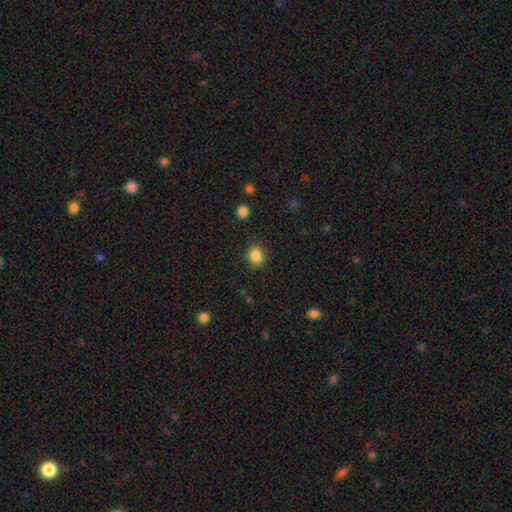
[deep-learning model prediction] The model was most divided on "how rounded": round: 66%, in between: 34%, cigar-shaped: 1%. More confident: merging — none (86%); smooth or featured — smooth (85%).